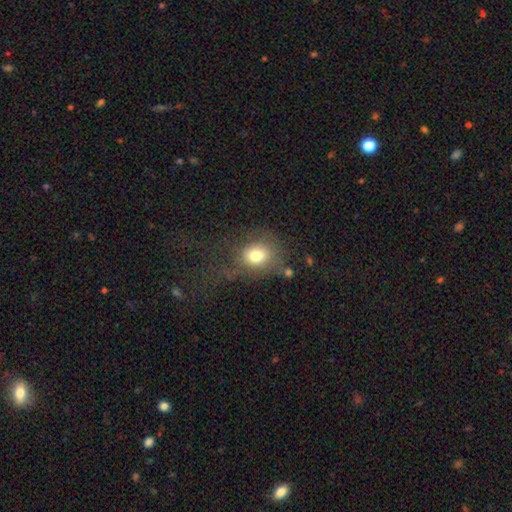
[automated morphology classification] This is likely a smooth galaxy (75%). How rounded: possibly round (59%). Merging: possibly none (52%).